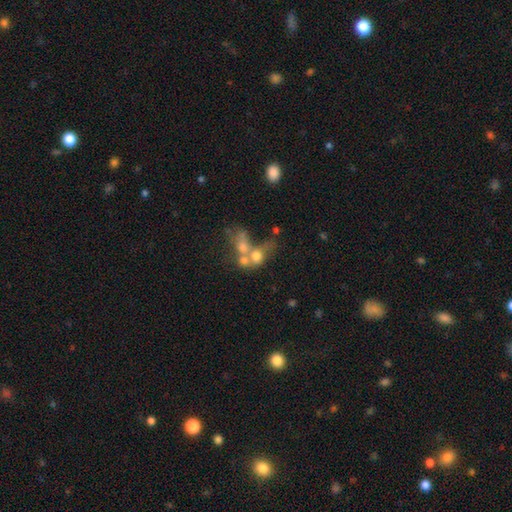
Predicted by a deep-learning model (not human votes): This appears to be a smooth galaxy with no disk features (56%) that is round (49%). Merging: merger (64%).